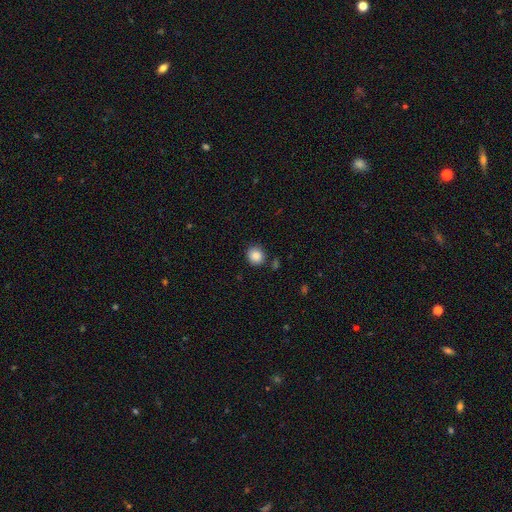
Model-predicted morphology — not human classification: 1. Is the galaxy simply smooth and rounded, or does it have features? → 88% smooth, 9% star or artifact, 3% featured or disk.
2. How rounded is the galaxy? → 86% round, 13% in between, 1% cigar-shaped.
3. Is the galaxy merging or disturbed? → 85% none, 9% minor disturbance, 4% merger, 3% major disturbance.